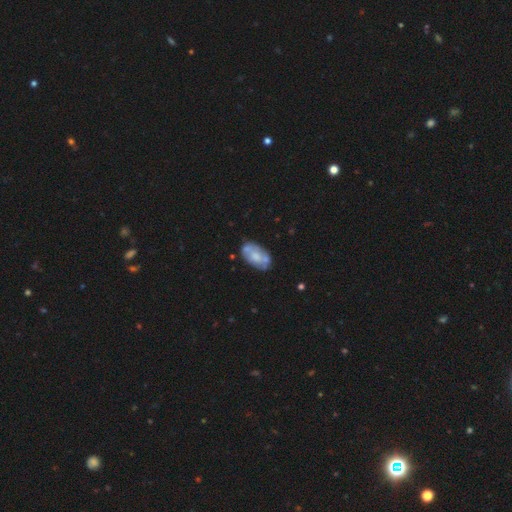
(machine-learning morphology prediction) Smooth or featured? featured or disk (50%)
Edge-on disk? no (94%)
Merging? none (59%)